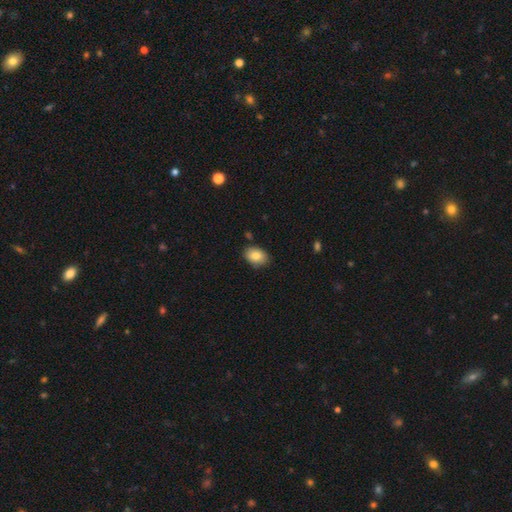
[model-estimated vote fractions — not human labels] This is clearly a smooth galaxy (83%). How rounded: likely in between (79%). Merging: clearly none (83%).